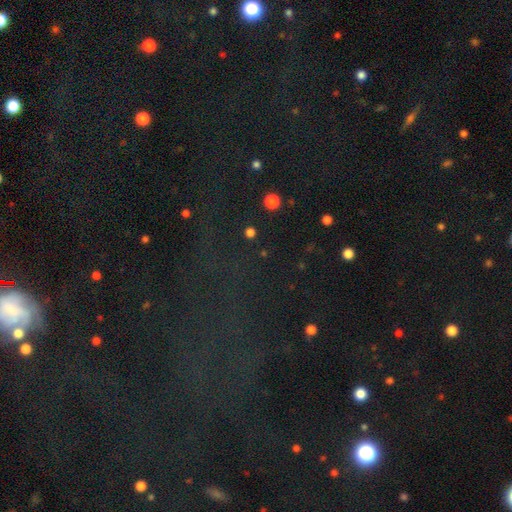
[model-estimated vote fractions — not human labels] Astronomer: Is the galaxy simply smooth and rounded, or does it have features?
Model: star or artifact — 73%.